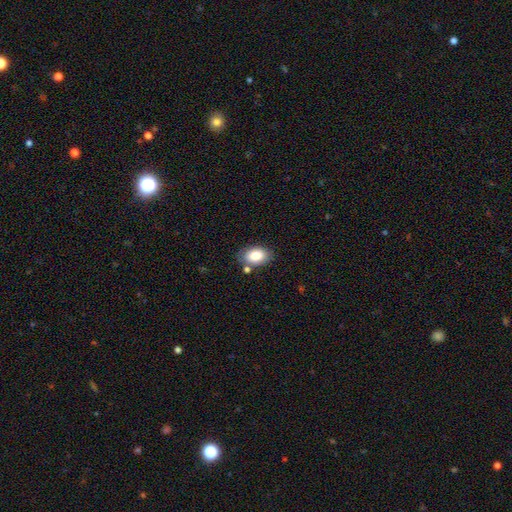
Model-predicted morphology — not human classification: The model was most divided on "merging": none: 76%, minor disturbance: 14%, merger: 7%, major disturbance: 3%. More confident: how rounded — in between (88%); smooth or featured — smooth (85%).